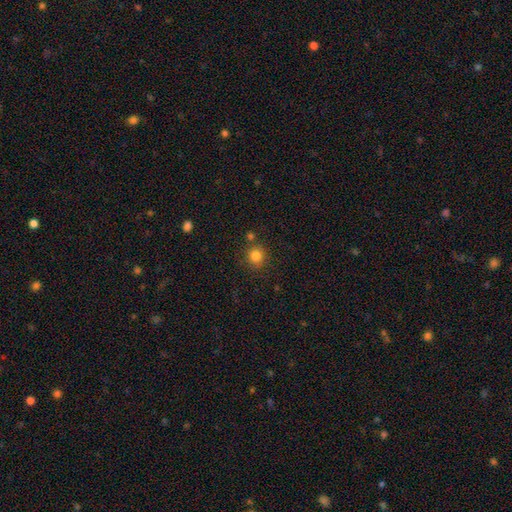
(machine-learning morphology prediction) type=smooth (82%); roundness=round (87%); merging=none (79%).